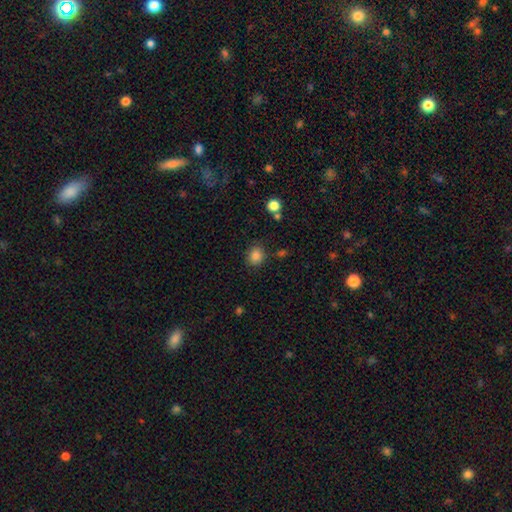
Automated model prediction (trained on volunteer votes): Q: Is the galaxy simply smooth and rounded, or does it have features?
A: smooth — 85%.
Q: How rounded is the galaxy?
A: round — 67%.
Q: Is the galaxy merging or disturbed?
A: none — 81%.